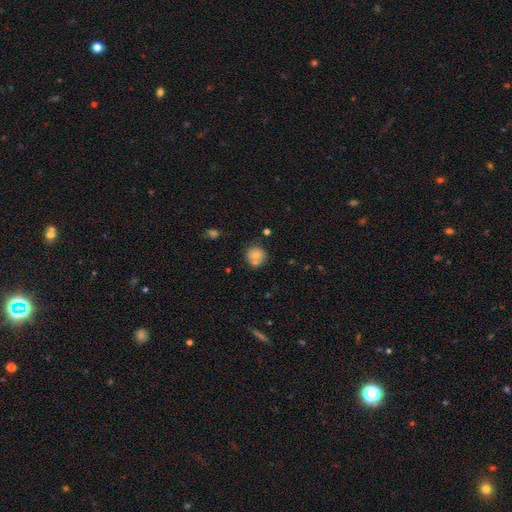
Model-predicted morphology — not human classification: The model was most divided on "merging": none: 63%, merger: 18%, minor disturbance: 15%, major disturbance: 4%. More confident: how rounded — round (85%); smooth or featured — smooth (74%).